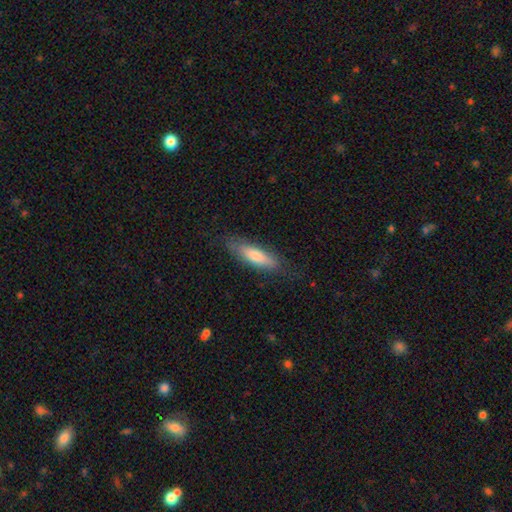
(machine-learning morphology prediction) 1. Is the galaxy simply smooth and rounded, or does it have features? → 72% smooth, 23% featured or disk, 6% star or artifact.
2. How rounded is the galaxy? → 56% cigar-shaped, 43% in between, 2% round.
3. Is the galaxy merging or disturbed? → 78% none, 16% minor disturbance, 4% major disturbance, 1% merger.